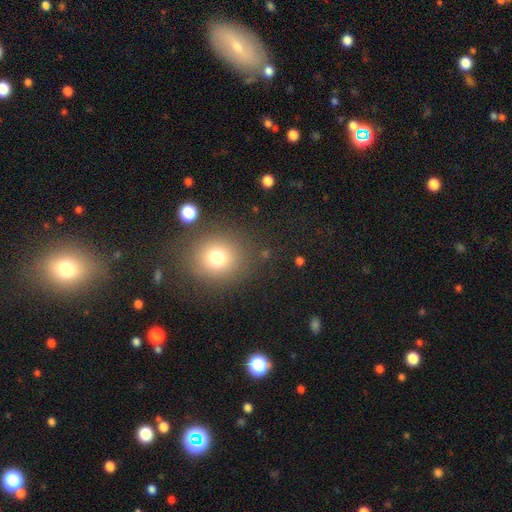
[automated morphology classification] This is possibly a smooth galaxy (55%). How rounded: clearly round (81%). Merging: clearly none (85%).